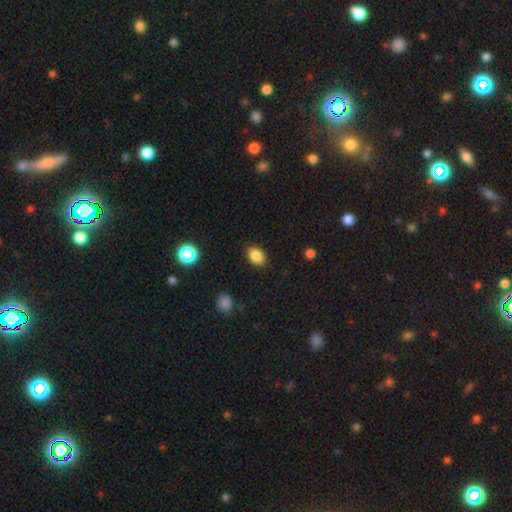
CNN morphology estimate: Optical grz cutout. It shows a smooth galaxy with no disk features (86%) that is in between round and cigar-shaped (79%). Merging: none (86%).